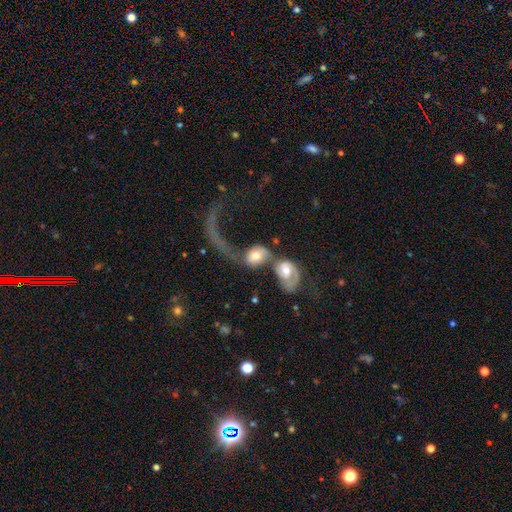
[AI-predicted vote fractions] smooth-or-featured: smooth: 48% | featured or disk: 44% | star or artifact: 8%
  merging: merger: 60% | major disturbance: 24% | none: 10% | minor disturbance: 6%